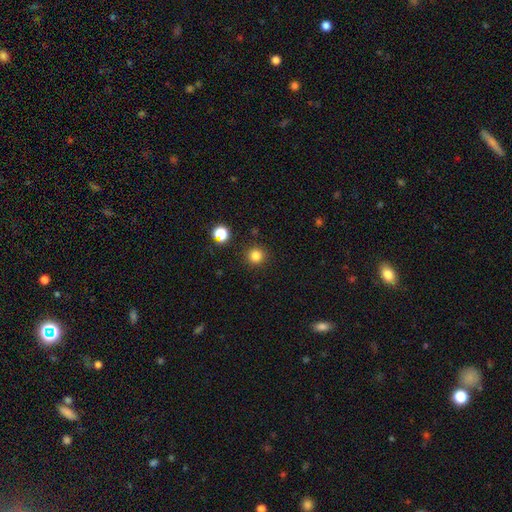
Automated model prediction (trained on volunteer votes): Smooth or featured?
  - smooth: 81% *
  - star or artifact: 15%
  - featured or disk: 5%
How rounded?
  - round: 94% *
  - in between: 5%
  - cigar-shaped: 1%
Merging?
  - none: 90% *
  - minor disturbance: 6%
  - major disturbance: 2%
  - merger: 2%